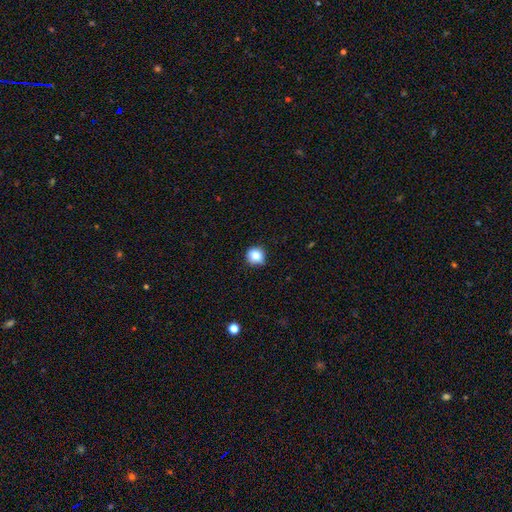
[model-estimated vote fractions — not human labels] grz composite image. It shows a smooth galaxy with no disk features (82%) that is round (88%). Merging: none (78%).